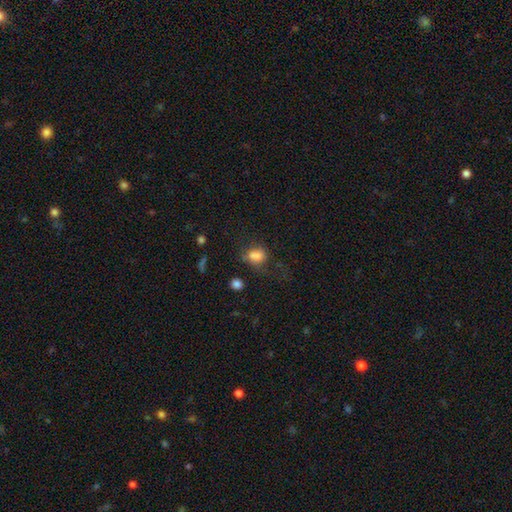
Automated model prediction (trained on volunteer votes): Smooth or featured?
  - smooth: 77% *
  - star or artifact: 12%
  - featured or disk: 10%
How rounded?
  - in between: 54% *
  - round: 45%
  - cigar-shaped: 2%
Merging?
  - none: 47% *
  - minor disturbance: 24%
  - major disturbance: 16%
  - merger: 13%